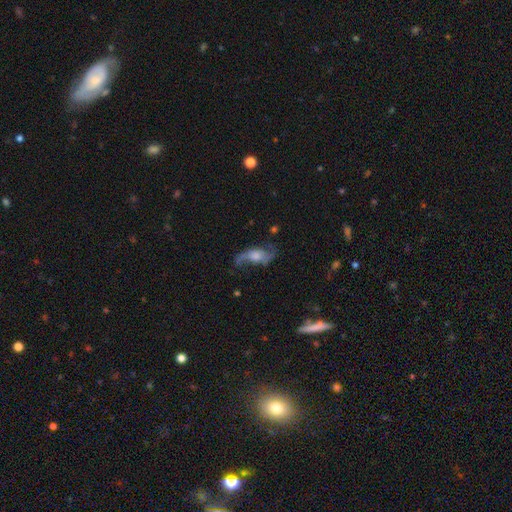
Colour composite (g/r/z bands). It shows a featured or disk galaxy (56%) with no bar (89%), 2 (81%) loose (56%) spiral arms (84%) and a small central bulge (37%). Merging: none (41%).